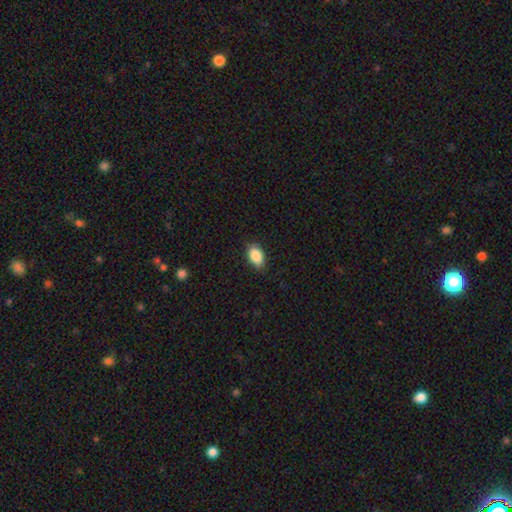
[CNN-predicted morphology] A smooth galaxy with no disk features (87%) that is in between round and cigar-shaped (89%). Merging: none (83%).